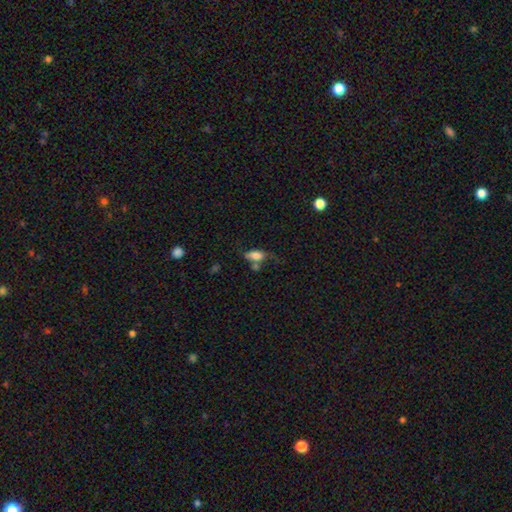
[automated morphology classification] Q: Smooth or featured?
A: smooth (75%); runner-up: featured or disk (15%)
Q: How rounded?
A: in between (83%); runner-up: cigar-shaped (10%)
Q: Merging?
A: none (38%); runner-up: minor disturbance (24%)